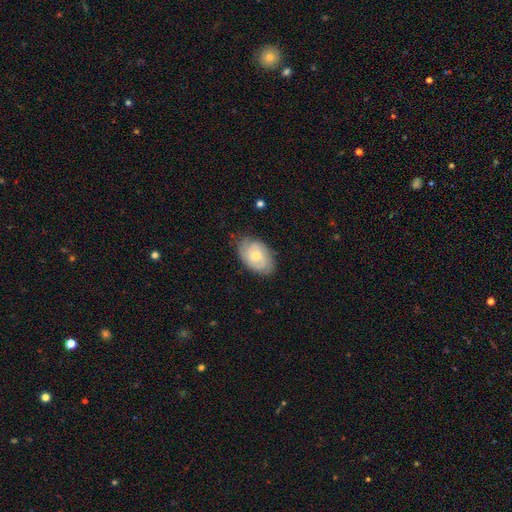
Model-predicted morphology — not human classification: Smooth or featured?
  - featured or disk: 58% *
  - smooth: 36%
  - star or artifact: 6%
Edge-on disk?
  - no: 95% *
  - yes: 5%
Bar?
  - no: 69% *
  - weak: 27%
  - strong: 4%
Spiral arms?
  - yes: 85% *
  - no: 15%
Bulge size?
  - moderate: 59% *
  - small: 36%
  - large: 3%
  - none: 1%
  - dominant: 1%
Merging?
  - none: 74% *
  - minor disturbance: 20%
  - major disturbance: 4%
  - merger: 1%